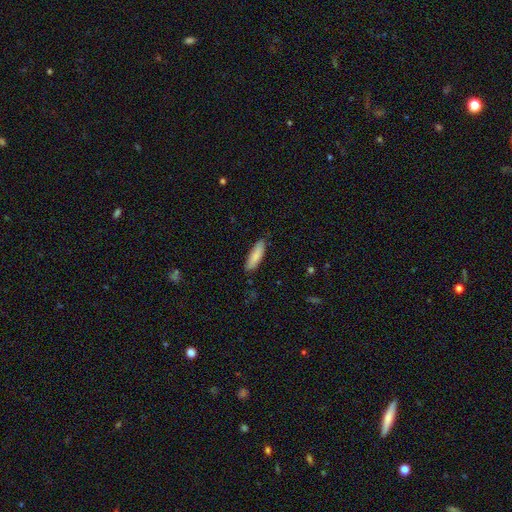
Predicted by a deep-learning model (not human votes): This appears to be a smooth galaxy with no disk features (86%) that is cigar-shaped (57%). Merging: none (83%).